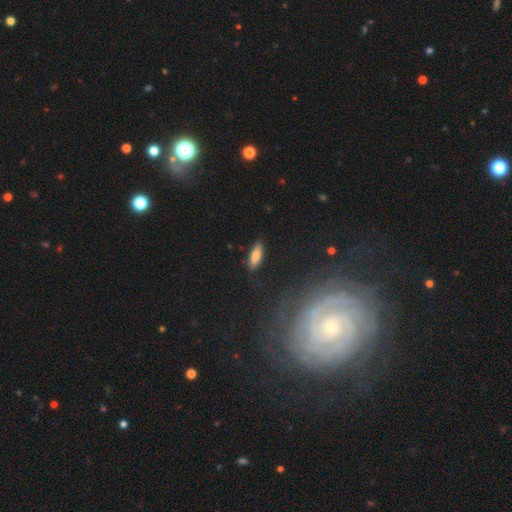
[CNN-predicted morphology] A smooth galaxy with no disk features (77%) that is in between round and cigar-shaped (63%). Merging: none (87%).